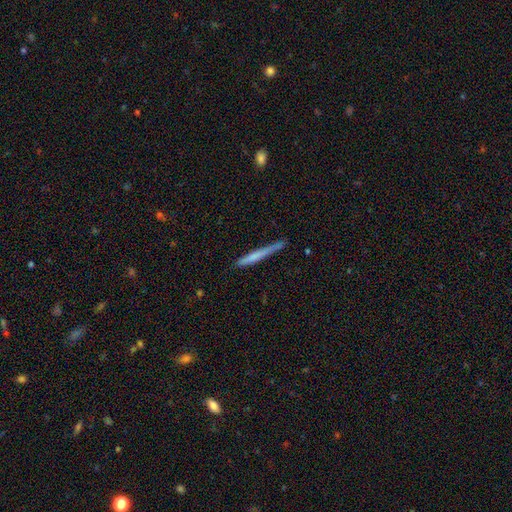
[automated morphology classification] This is possibly a smooth galaxy (59%). How rounded: clearly cigar-shaped (97%). Merging: likely none (78%).